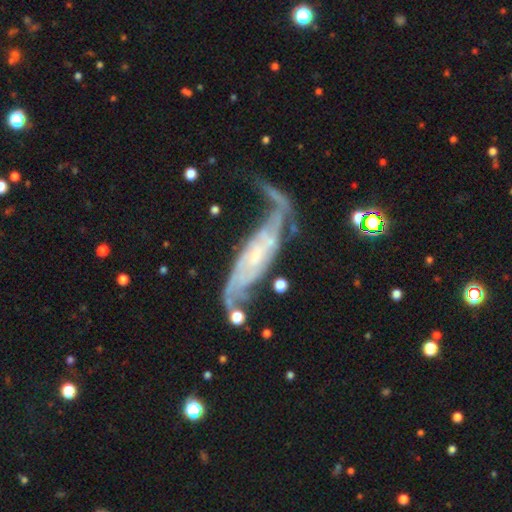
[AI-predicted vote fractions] Smooth or featured? Predicted: featured or disk (p=0.82). Edge-on disk? Predicted: no (p=0.79). Bar? Predicted: no (p=0.55). Spiral arms? Predicted: yes (p=0.94). Spiral winding? Predicted: medium (p=0.38). Spiral arm count? Predicted: 2 (p=0.63). Bulge size? Predicted: small (p=0.68). Merging? Predicted: none (p=0.44).